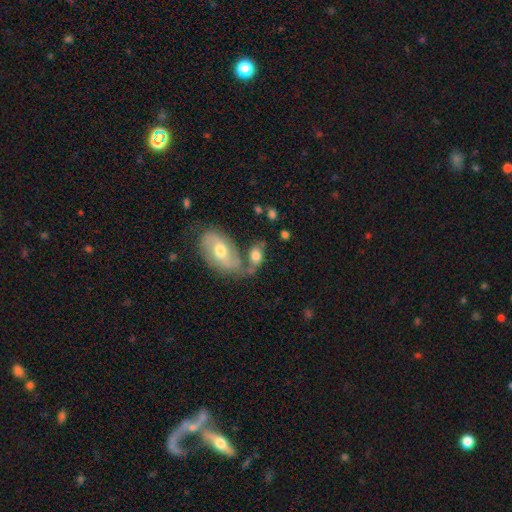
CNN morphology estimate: This is likely a smooth galaxy (62%). How rounded: clearly in between (85%). Merging: marginally none (43%).